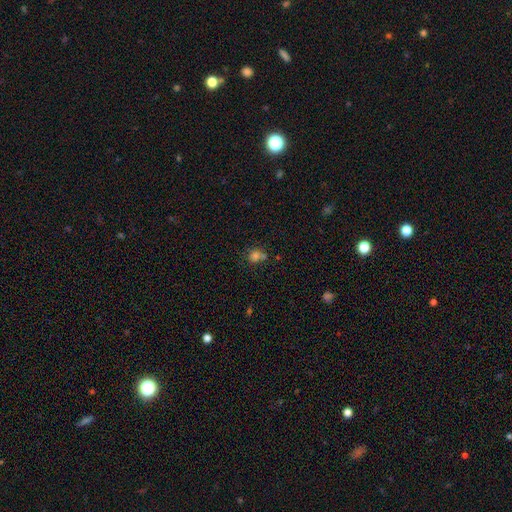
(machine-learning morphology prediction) This appears to be a smooth galaxy with no disk features (75%) that is round (76%). Merging: none (55%).